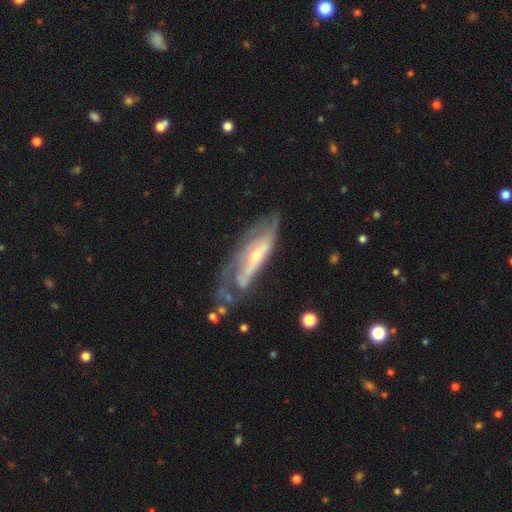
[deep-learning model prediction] smooth-or-featured: featured or disk: 79% | smooth: 15% | star or artifact: 6%
  disk-edge-on: no: 77% | yes: 23%
    bar: no: 48% | weak: 33% | strong: 19%
    has-spiral-arms: yes: 82% | no: 18%
    bulge-size: small: 53% | moderate: 42% | large: 3% | none: 2% | dominant: 1%
  merging: none: 46% | minor disturbance: 25% | major disturbance: 24% | merger: 4%